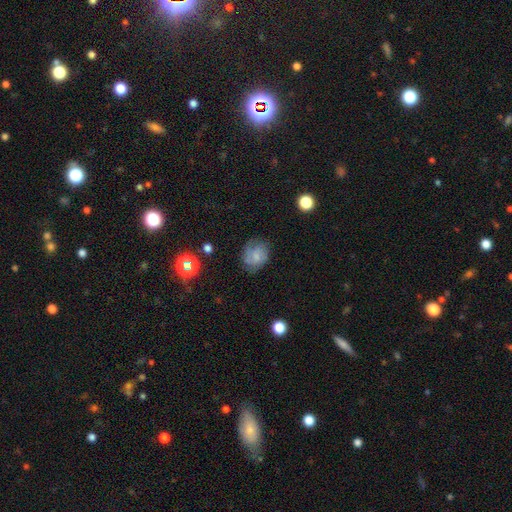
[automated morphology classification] A smooth galaxy with no disk features (58%) that is round (54%). Merging: none (64%).